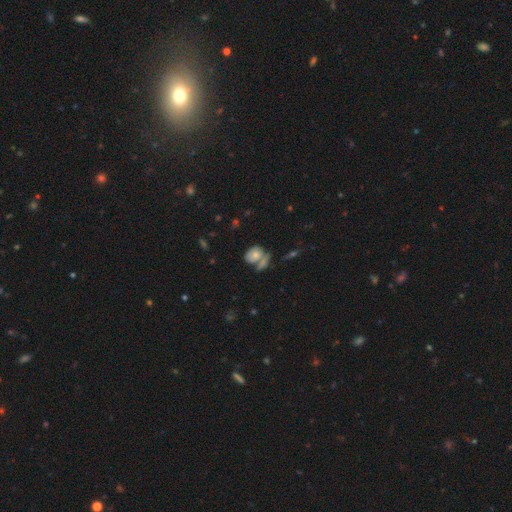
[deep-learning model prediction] smooth-or-featured: smooth: 57% | featured or disk: 32% | star or artifact: 11%
  how-rounded: in between: 50% | round: 47% | cigar-shaped: 2%
  merging: none: 38% | merger: 35% | minor disturbance: 16% | major disturbance: 10%